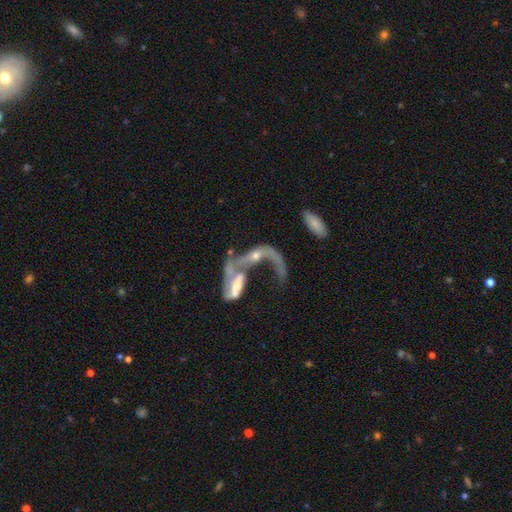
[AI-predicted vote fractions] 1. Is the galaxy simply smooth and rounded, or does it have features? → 71% featured or disk, 17% smooth, 12% star or artifact.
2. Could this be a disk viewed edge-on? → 91% no, 9% yes.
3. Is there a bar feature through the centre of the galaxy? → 60% no, 27% weak, 12% strong.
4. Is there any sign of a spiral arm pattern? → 65% yes, 35% no.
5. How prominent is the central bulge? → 36% small, 31% moderate, 25% none, 6% large, 2% dominant.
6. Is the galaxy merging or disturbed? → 60% merger, 23% major disturbance, 12% none, 6% minor disturbance.